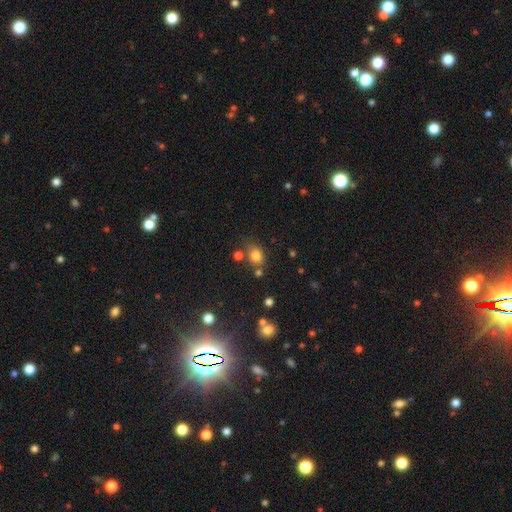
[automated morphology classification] This is likely a smooth galaxy (78%). How rounded: possibly round (52%). Merging: likely none (67%).